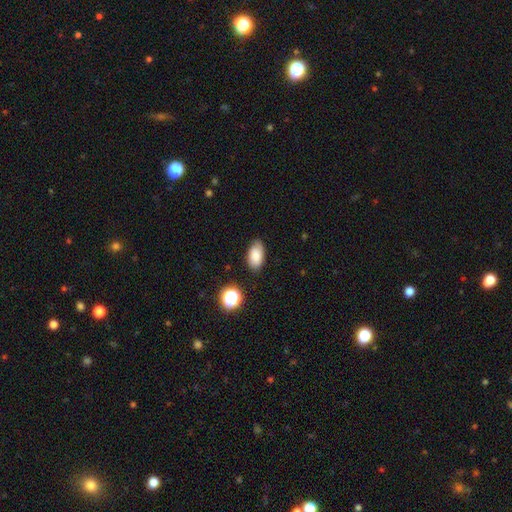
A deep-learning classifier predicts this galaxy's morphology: Smooth or featured? smooth (82%)
How rounded? in between (93%)
Merging? none (79%)